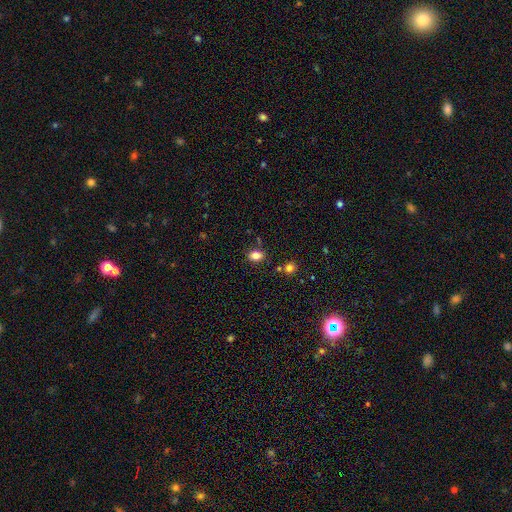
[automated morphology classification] smooth_or_featured: smooth (p=0.82) [alt: star or artifact p=0.11]
how_rounded: in between (p=0.77) [alt: round p=0.21]
merging: none (p=0.80) [alt: minor disturbance p=0.11]